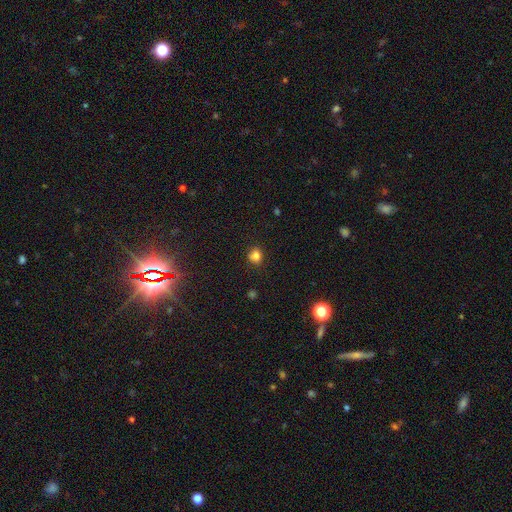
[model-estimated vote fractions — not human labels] Smooth or featured?
  - smooth: 80% *
  - star or artifact: 14%
  - featured or disk: 7%
How rounded?
  - round: 74% *
  - in between: 25%
  - cigar-shaped: 1%
Merging?
  - none: 78% *
  - minor disturbance: 15%
  - major disturbance: 4%
  - merger: 4%